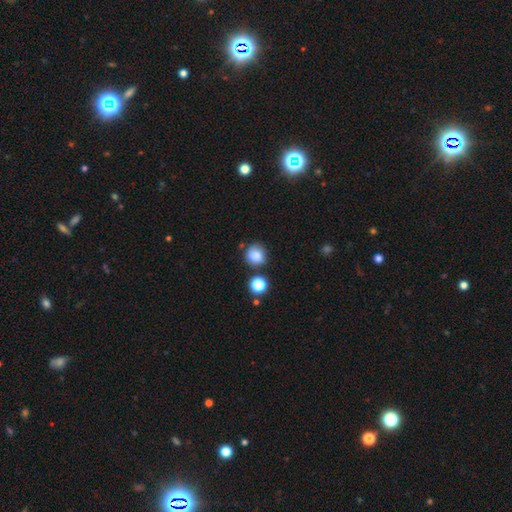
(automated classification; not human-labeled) Morphology: type=smooth (83%); roundness=round (86%); merging=none (71%).